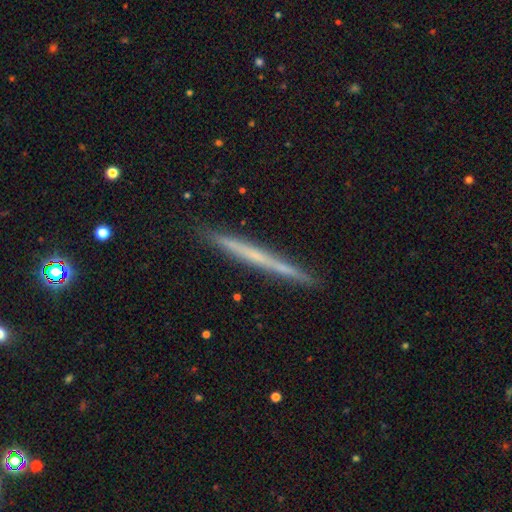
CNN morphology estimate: Smooth or featured: featured or disk — 52% (smooth — 41%)
Edge-on disk: yes — 97% (no — 3%)
Edge-on bulge: none — 90% (rounded — 7%)
Merging: none — 91% (minor disturbance — 6%)